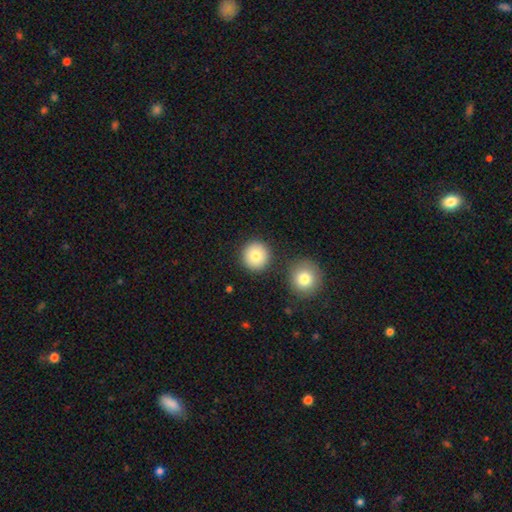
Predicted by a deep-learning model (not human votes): Smooth or featured? smooth (84%)
How rounded? round (95%)
Merging? none (86%)